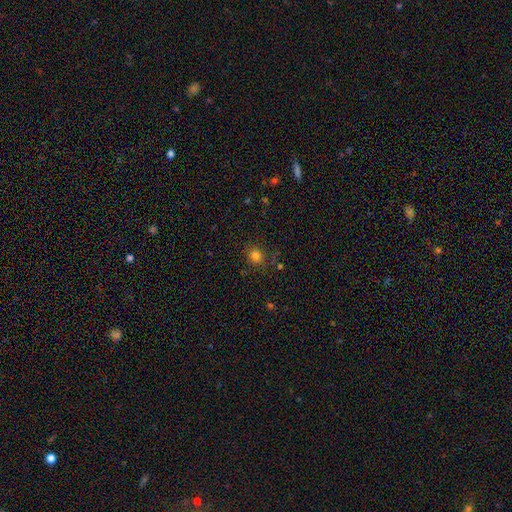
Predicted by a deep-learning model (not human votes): This appears to be a smooth galaxy with no disk features (79%) that is round (79%). Merging: none (82%).